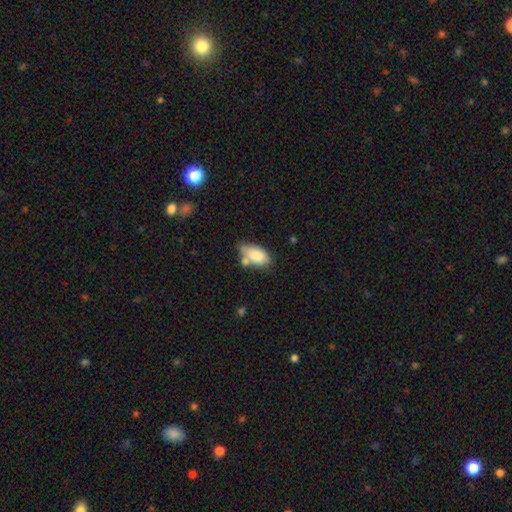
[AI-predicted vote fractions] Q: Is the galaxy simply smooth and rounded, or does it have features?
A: smooth — 82%.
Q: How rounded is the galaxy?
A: in between — 91%.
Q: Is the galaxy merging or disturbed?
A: none — 46%.